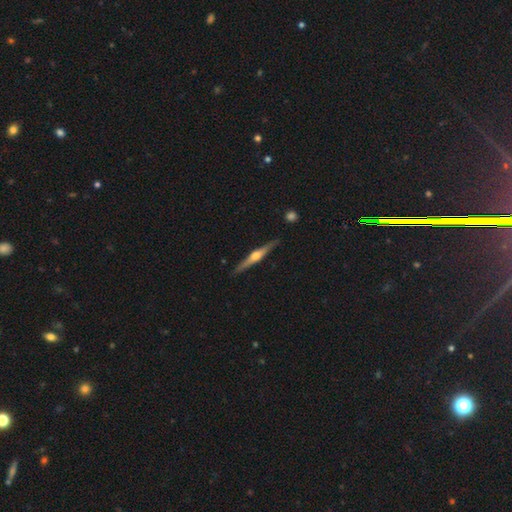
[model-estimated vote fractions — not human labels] smooth-or-featured: featured or disk: 76% | smooth: 19% | star or artifact: 5%
  disk-edge-on: yes: 98% | no: 2%
    edge-on-bulge: rounded: 93% | boxy: 4% | none: 3%
  merging: none: 90% | minor disturbance: 7% | merger: 1% | major disturbance: 1%